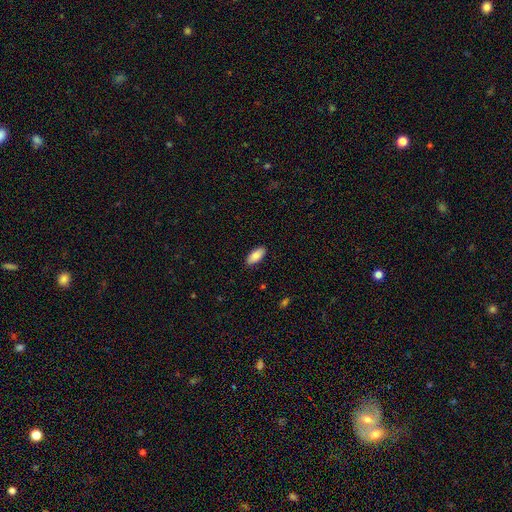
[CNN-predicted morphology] This appears to be a smooth galaxy with no disk features (86%) that is in between round and cigar-shaped (87%). Merging: none (89%).